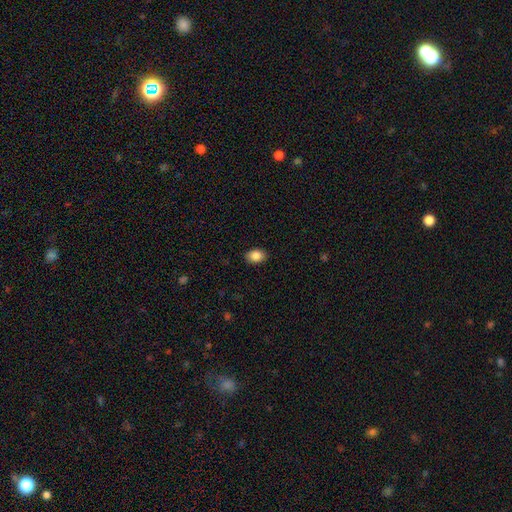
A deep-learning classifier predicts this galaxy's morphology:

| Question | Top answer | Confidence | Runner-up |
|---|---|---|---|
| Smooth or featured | smooth | 87% | star or artifact (8%) |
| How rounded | in between | 79% | round (20%) |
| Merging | none | 89% | minor disturbance (8%) |